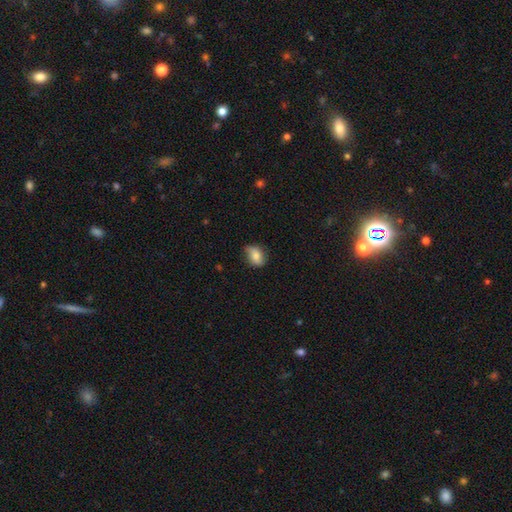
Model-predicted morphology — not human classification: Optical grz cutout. It shows a smooth galaxy with no disk features (77%) that is in between round and cigar-shaped (70%). Merging: none (67%).